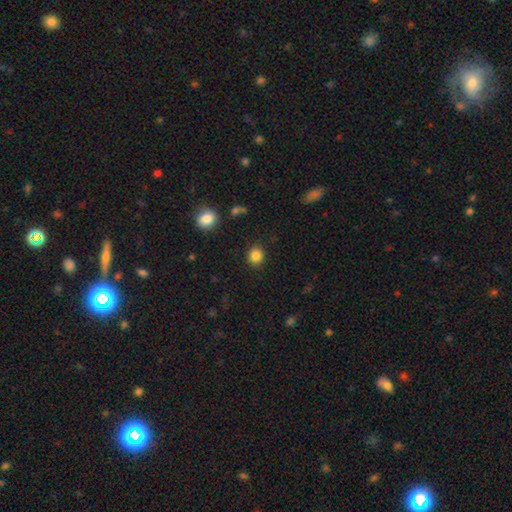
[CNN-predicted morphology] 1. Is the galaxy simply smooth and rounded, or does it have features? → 85% smooth, 11% star or artifact, 4% featured or disk.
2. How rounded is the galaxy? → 84% round, 16% in between, 1% cigar-shaped.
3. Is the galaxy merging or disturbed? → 89% none, 7% minor disturbance, 2% major disturbance, 2% merger.